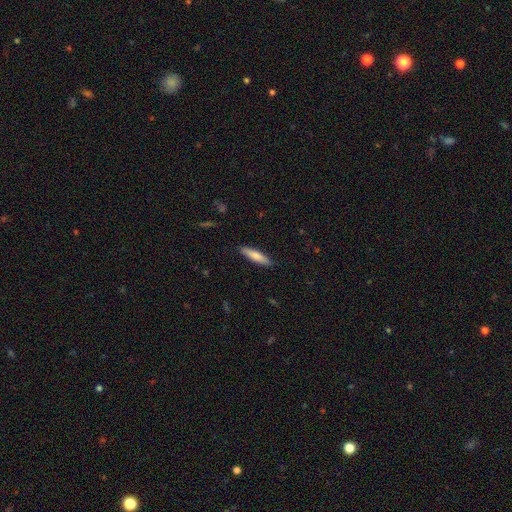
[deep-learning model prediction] smooth 76%, featured or disk 18%, star or artifact 5%. Down the decision tree: how rounded — cigar-shaped (80%); merging — none (89%).